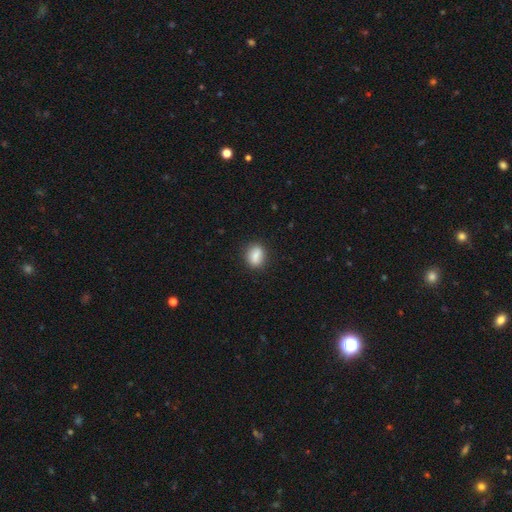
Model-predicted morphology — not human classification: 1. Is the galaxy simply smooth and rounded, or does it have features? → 82% smooth, 10% featured or disk, 8% star or artifact.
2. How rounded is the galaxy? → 58% in between, 39% round, 3% cigar-shaped.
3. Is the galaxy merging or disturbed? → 84% none, 12% minor disturbance, 3% major disturbance, 2% merger.